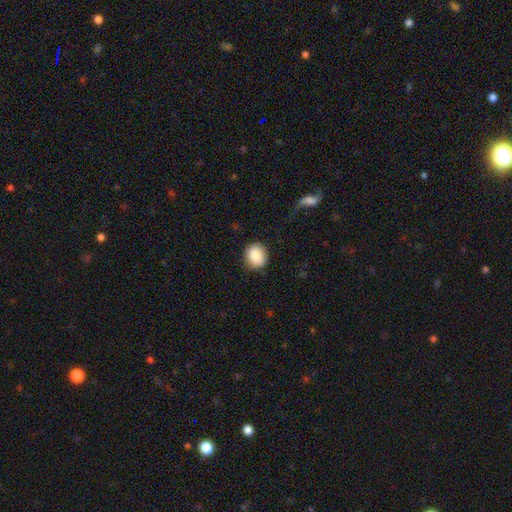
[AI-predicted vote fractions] Smooth or featured? Predicted: smooth (p=0.88). How rounded? Predicted: round (p=0.71). Merging? Predicted: none (p=0.85).